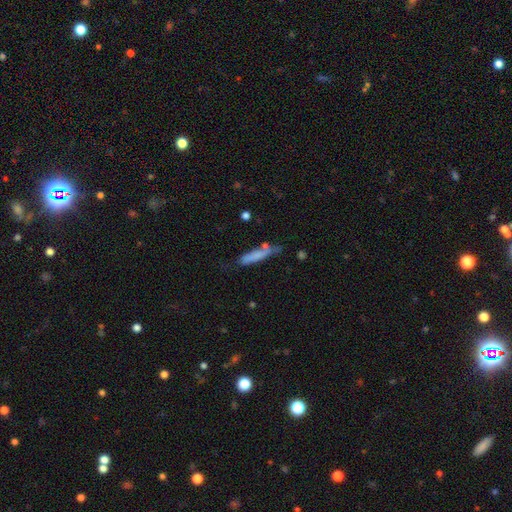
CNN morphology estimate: Q: Smooth or featured?
A: smooth (71%); runner-up: featured or disk (21%)
Q: How rounded?
A: cigar-shaped (83%); runner-up: in between (15%)
Q: Merging?
A: none (55%); runner-up: minor disturbance (27%)